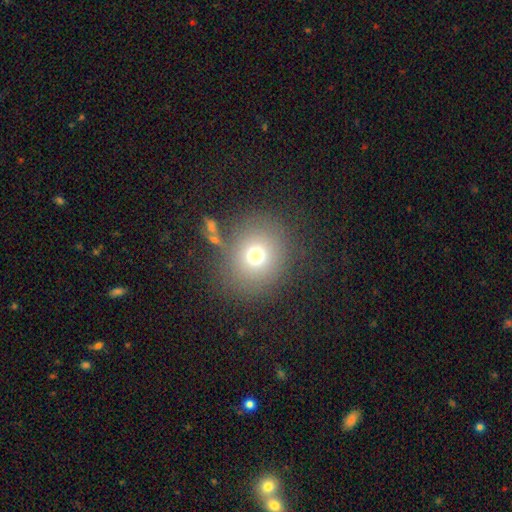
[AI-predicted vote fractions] smooth 72%, star or artifact 16%, featured or disk 12%. Down the decision tree: how rounded — round (81%); merging — none (77%).